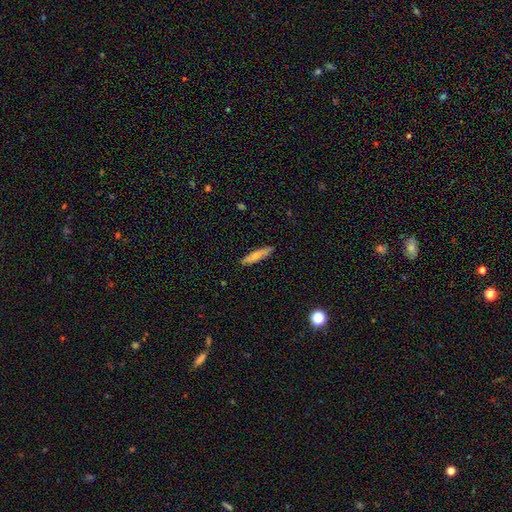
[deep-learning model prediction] A smooth galaxy with no disk features (73%) that is cigar-shaped (79%).

Vote fractions:
- Smooth or featured? smooth: 73% / featured or disk: 21% / star or artifact: 6%
- How rounded? cigar-shaped: 79% / in between: 19% / round: 2%
- Merging? none: 86% / minor disturbance: 11% / major disturbance: 2% / merger: 1%